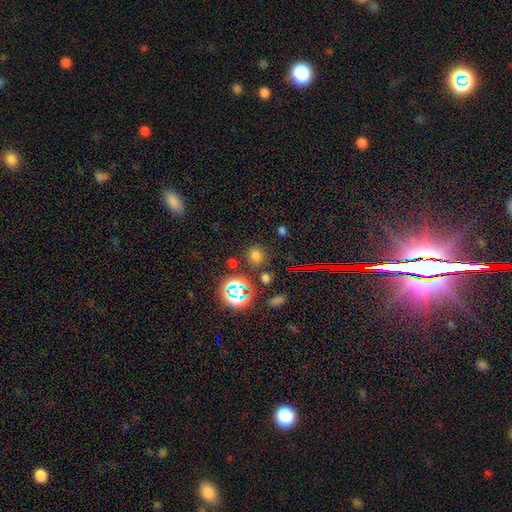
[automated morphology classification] smooth-or-featured: smooth: 64% | star or artifact: 29% | featured or disk: 6%
  how-rounded: round: 78% | in between: 20% | cigar-shaped: 1%
  merging: none: 81% | minor disturbance: 10% | merger: 5% | major disturbance: 4%